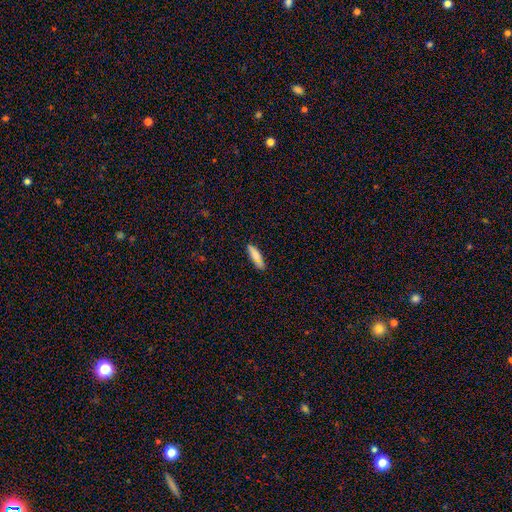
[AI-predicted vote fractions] smooth-or-featured: smooth: 82% | featured or disk: 11% | star or artifact: 7%
  how-rounded: cigar-shaped: 57% | in between: 41% | round: 2%
  merging: none: 74% | minor disturbance: 19% | merger: 4% | major disturbance: 4%